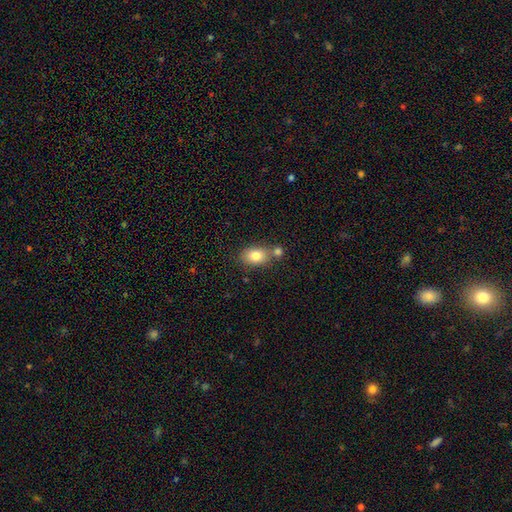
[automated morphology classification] type=smooth (80%); roundness=in between (74%); merging=none (56%).